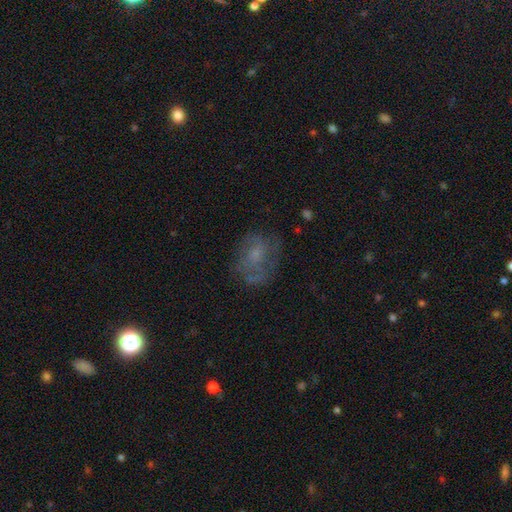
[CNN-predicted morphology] Smooth or featured? Predicted: featured or disk (p=0.48). Merging? Predicted: none (p=0.57).